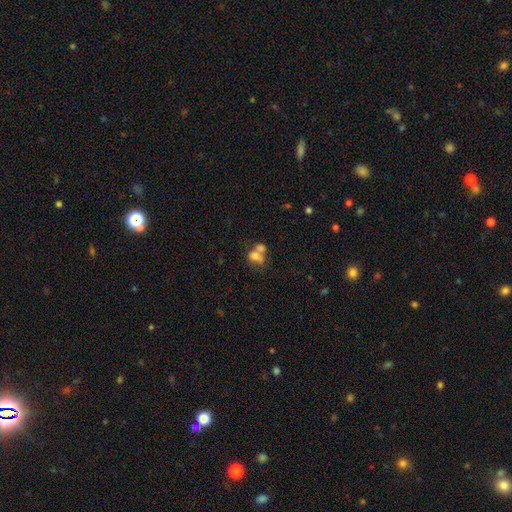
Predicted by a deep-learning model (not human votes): Smooth or featured?
  - smooth: 66% *
  - featured or disk: 22%
  - star or artifact: 12%
How rounded?
  - in between: 64% *
  - round: 33%
  - cigar-shaped: 2%
Merging?
  - merger: 61% *
  - none: 24%
  - minor disturbance: 9%
  - major disturbance: 7%